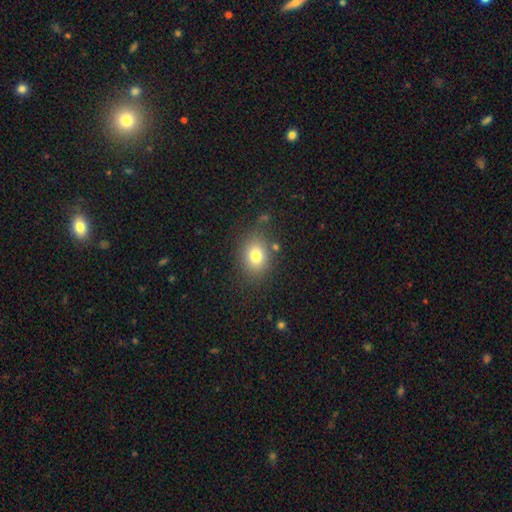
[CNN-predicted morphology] Smooth or featured?
  - smooth: 78% *
  - star or artifact: 12%
  - featured or disk: 10%
How rounded?
  - in between: 53% *
  - round: 46%
  - cigar-shaped: 1%
Merging?
  - none: 78% *
  - minor disturbance: 13%
  - major disturbance: 5%
  - merger: 4%